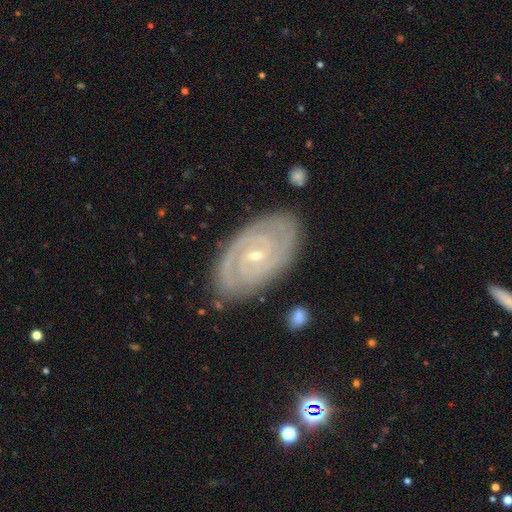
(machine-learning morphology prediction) Smooth or featured?
  - featured or disk: 89% *
  - smooth: 5%
  - star or artifact: 5%
Edge-on disk?
  - no: 96% *
  - yes: 4%
Bar?
  - no: 45% *
  - weak: 41%
  - strong: 14%
Spiral arms?
  - yes: 98% *
  - no: 2%
Spiral winding?
  - tight: 75% *
  - medium: 22%
  - loose: 3%
Spiral arm count?
  - 2: 66% *
  - 3: 13%
  - can't tell: 10%
  - 4: 5%
  - 1: 3%
  - more than 4: 3%
Bulge size?
  - small: 77% *
  - moderate: 20%
  - none: 1%
  - large: 1%
  - dominant: 1%
Merging?
  - none: 83% *
  - minor disturbance: 13%
  - major disturbance: 3%
  - merger: 1%